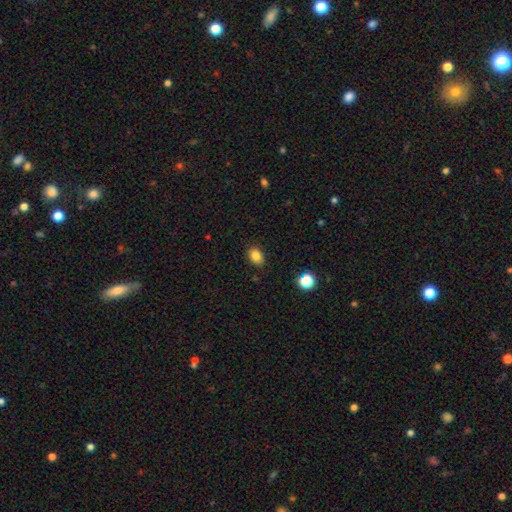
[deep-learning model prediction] Smooth or featured: smooth — 84% (star or artifact — 11%)
How rounded: in between — 73% (round — 26%)
Merging: none — 85% (minor disturbance — 11%)